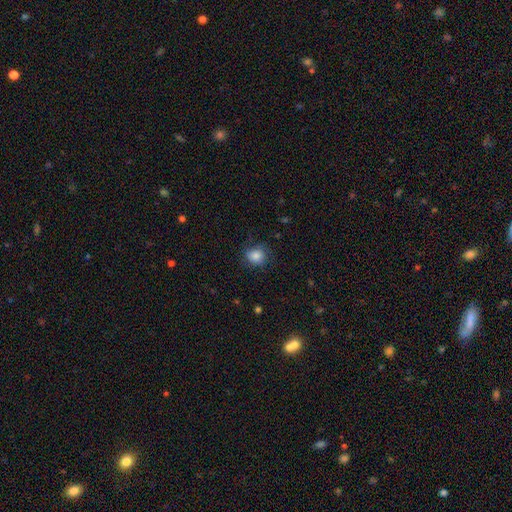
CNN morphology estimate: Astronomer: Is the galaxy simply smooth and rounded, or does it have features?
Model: smooth — 83%.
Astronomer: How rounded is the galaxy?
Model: round — 76%.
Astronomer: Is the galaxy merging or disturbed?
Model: none — 73%.